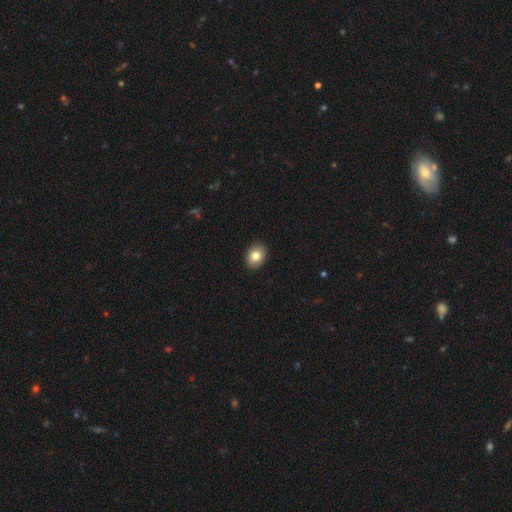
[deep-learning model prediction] Morphology: type=smooth (82%); roundness=in between (62%); merging=none (91%).